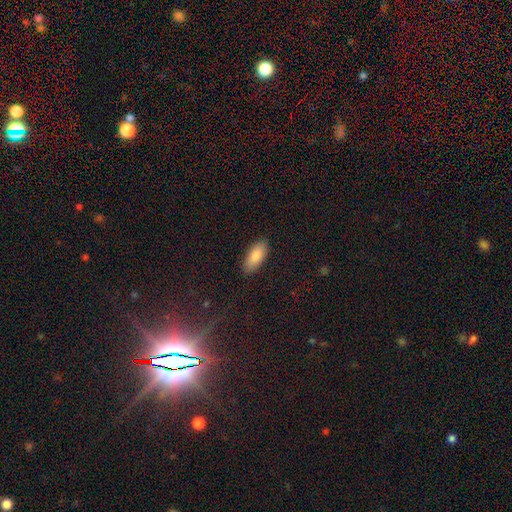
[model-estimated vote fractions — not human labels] This appears to be a smooth galaxy with no disk features (86%) that is in between round and cigar-shaped (85%). Merging: none (88%).